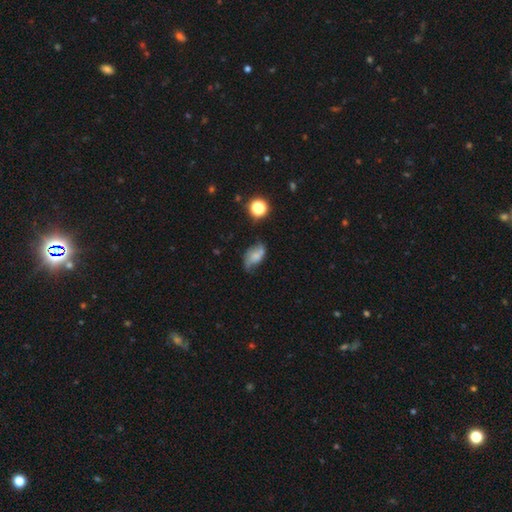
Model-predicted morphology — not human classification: This is possibly a smooth galaxy (50%). Merging: marginally none (44%).